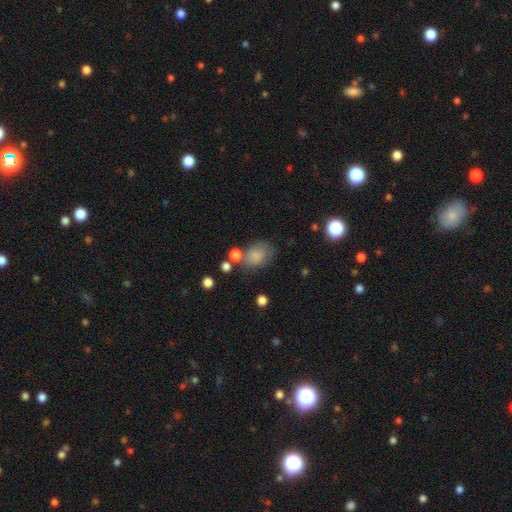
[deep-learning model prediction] Q: Smooth or featured?
A: smooth (80%); runner-up: star or artifact (11%)
Q: How rounded?
A: in between (62%); runner-up: round (37%)
Q: Merging?
A: none (56%); runner-up: minor disturbance (22%)